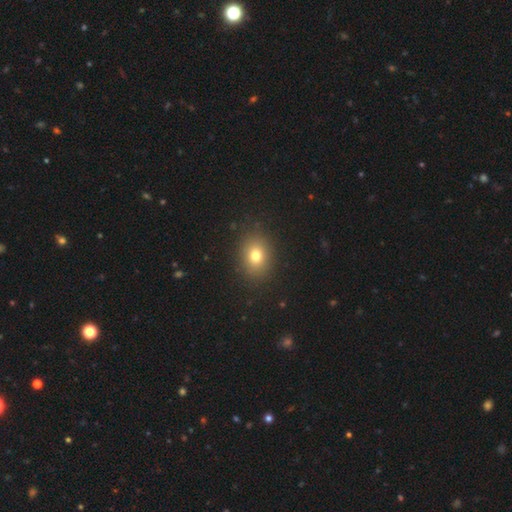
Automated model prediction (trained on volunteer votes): Smooth or featured?
  - smooth: 76% *
  - star or artifact: 14%
  - featured or disk: 10%
How rounded?
  - in between: 50% *
  - round: 49%
  - cigar-shaped: 1%
Merging?
  - none: 88% *
  - minor disturbance: 8%
  - major disturbance: 3%
  - merger: 1%